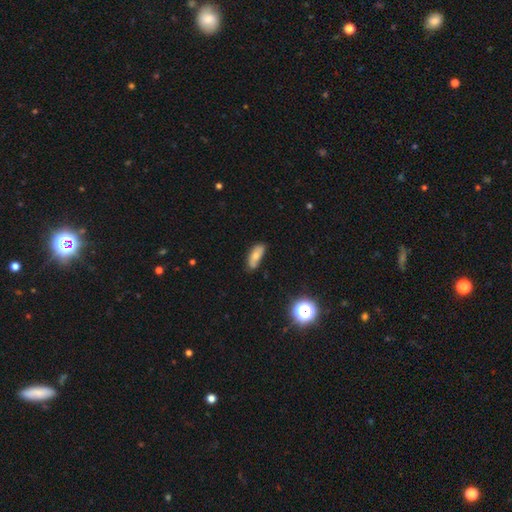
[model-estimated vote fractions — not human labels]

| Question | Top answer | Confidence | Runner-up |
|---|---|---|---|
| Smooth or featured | smooth | 69% | featured or disk (21%) |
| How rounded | in between | 76% | cigar-shaped (21%) |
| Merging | none | 69% | minor disturbance (25%) |